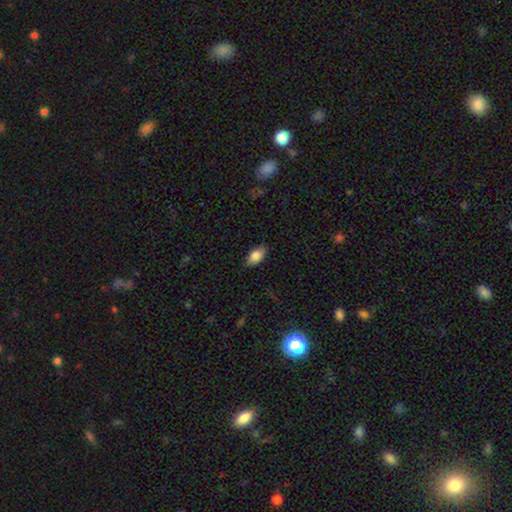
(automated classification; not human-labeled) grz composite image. It shows a smooth galaxy with no disk features (82%) that is in between round and cigar-shaped (90%). Merging: none (82%).